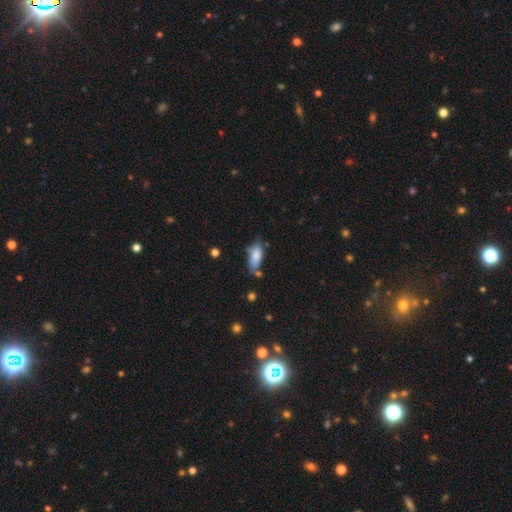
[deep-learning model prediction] Smooth or featured: smooth — 82% (featured or disk — 11%)
How rounded: in between — 81% (cigar-shaped — 17%)
Merging: none — 54% (minor disturbance — 29%)